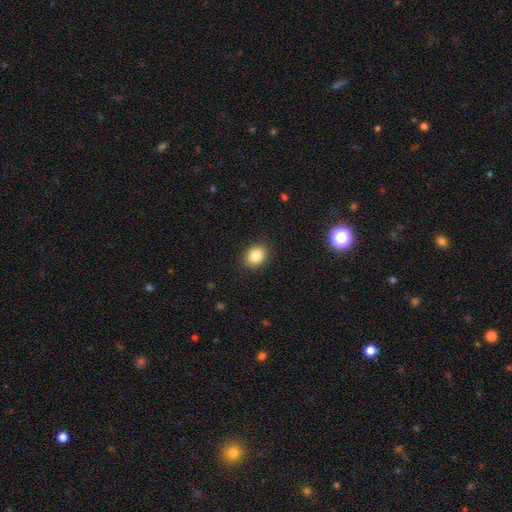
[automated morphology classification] Smooth or featured? Predicted: smooth (p=0.84). How rounded? Predicted: round (p=0.52). Merging? Predicted: none (p=0.89).